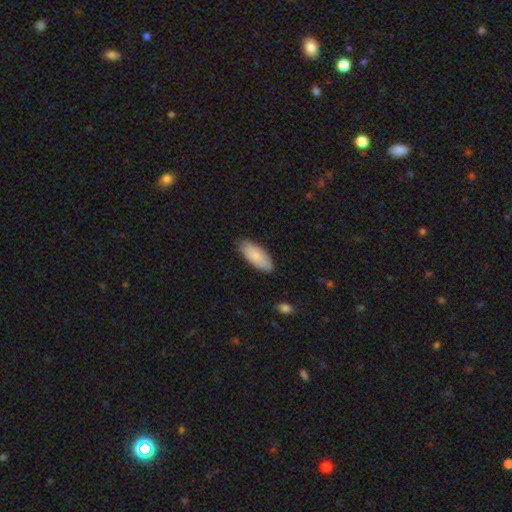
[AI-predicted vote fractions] Smooth or featured? smooth (83%)
How rounded? in between (85%)
Merging? none (82%)